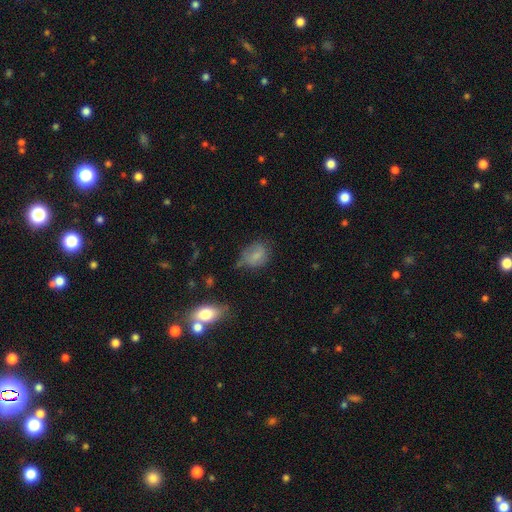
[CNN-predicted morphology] This appears to be a smooth galaxy with no disk features (72%) that is in between round and cigar-shaped (55%). Merging: none (47%).